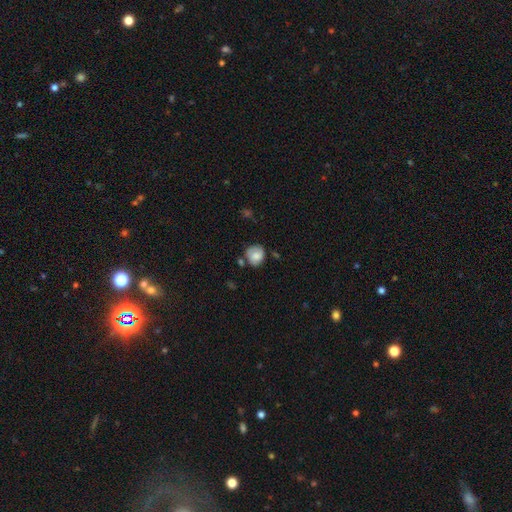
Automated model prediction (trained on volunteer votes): This is likely a smooth galaxy (77%). How rounded: likely round (75%). Merging: possibly none (57%).